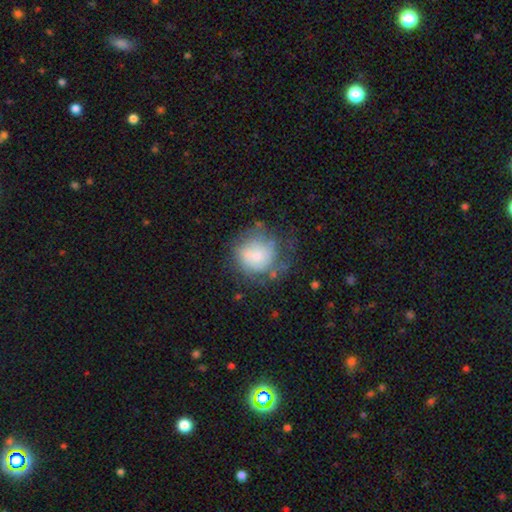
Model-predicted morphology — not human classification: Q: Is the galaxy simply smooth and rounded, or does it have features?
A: smooth — 59%.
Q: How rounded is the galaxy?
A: round — 83%.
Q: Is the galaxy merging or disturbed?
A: none — 46%.